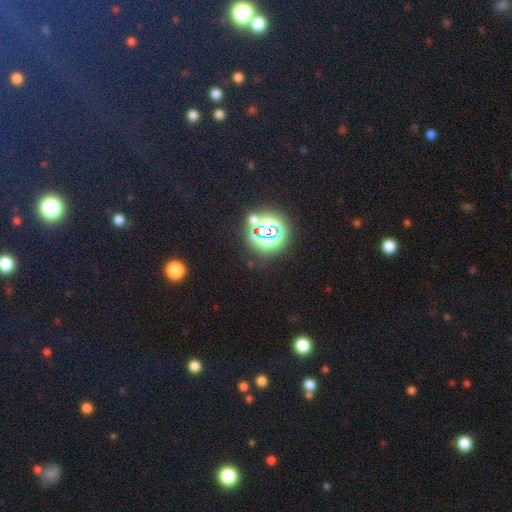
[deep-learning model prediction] Smooth or featured: star or artifact — 68% (smooth — 26%)